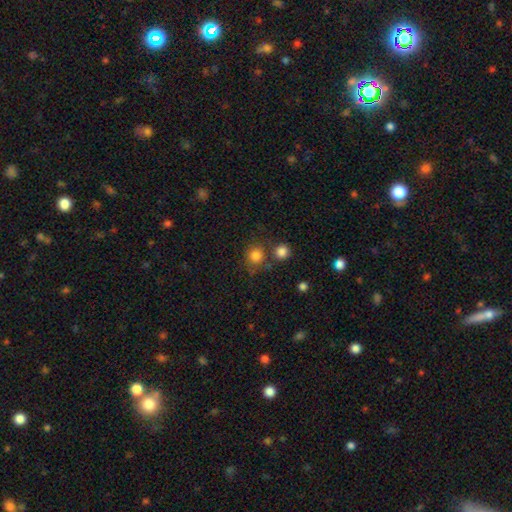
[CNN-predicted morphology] type=smooth (82%); roundness=round (87%); merging=none (69%).